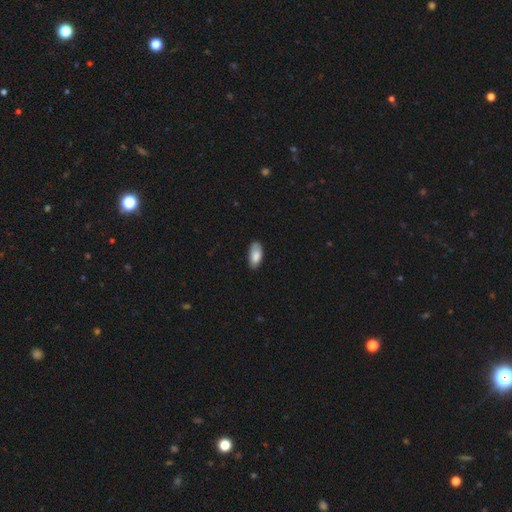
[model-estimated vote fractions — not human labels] This appears to be a smooth galaxy with no disk features (84%) that is in between round and cigar-shaped (92%). Merging: none (77%).